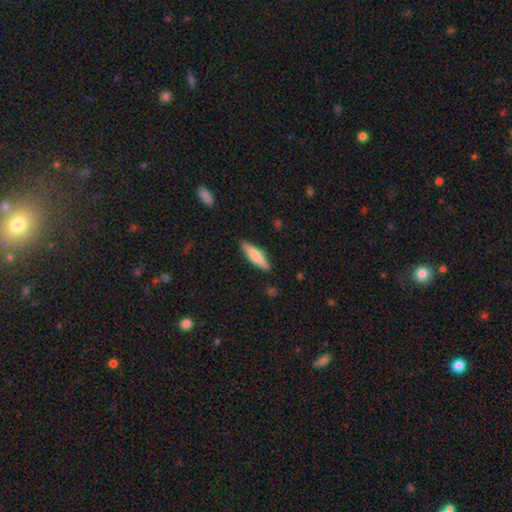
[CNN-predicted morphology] smooth-or-featured: smooth: 71% | featured or disk: 23% | star or artifact: 5%
  how-rounded: cigar-shaped: 70% | in between: 28% | round: 2%
  merging: none: 88% | minor disturbance: 9% | major disturbance: 2% | merger: 1%